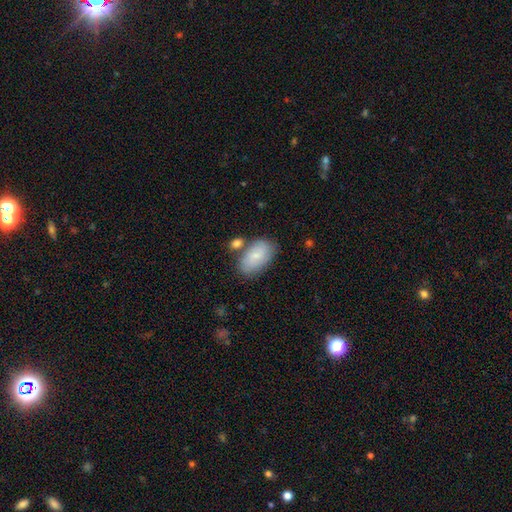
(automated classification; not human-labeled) Smooth or featured? smooth (76%)
How rounded? in between (93%)
Merging? none (65%)